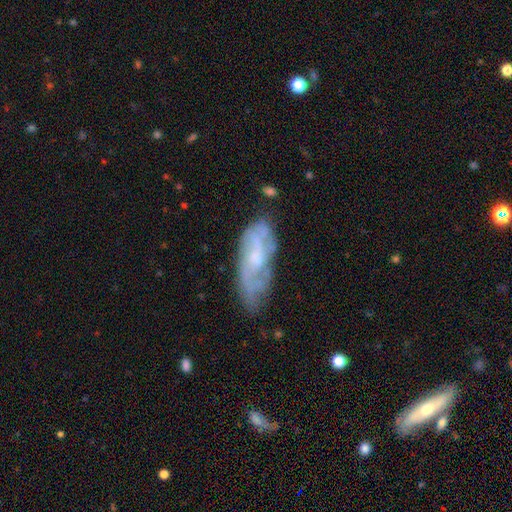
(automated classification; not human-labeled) A featured or disk galaxy (63%) with no bar (60%), spiral arms (72%) and a small central bulge (48%). Merging: none (59%).